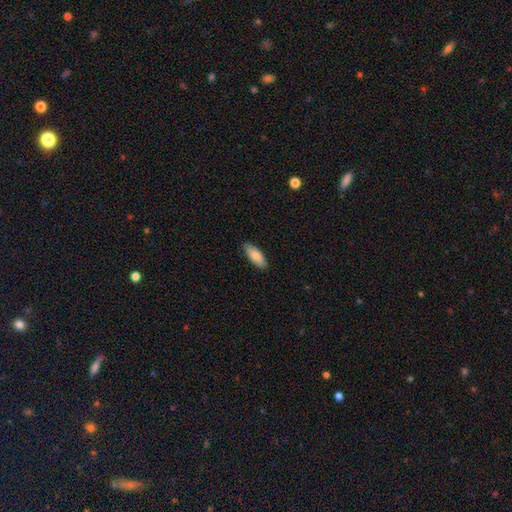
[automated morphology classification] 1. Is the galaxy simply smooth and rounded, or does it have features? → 83% smooth, 11% featured or disk, 6% star or artifact.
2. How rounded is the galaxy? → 77% in between, 22% cigar-shaped, 2% round.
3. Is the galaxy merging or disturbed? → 87% none, 11% minor disturbance, 2% major disturbance, 1% merger.